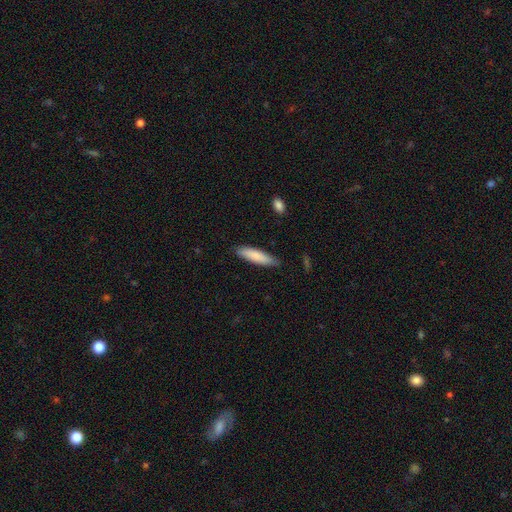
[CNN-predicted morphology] The model was most divided on "how rounded": cigar-shaped: 76%, in between: 23%, round: 1%. More confident: merging — none (83%); smooth or featured — smooth (83%).